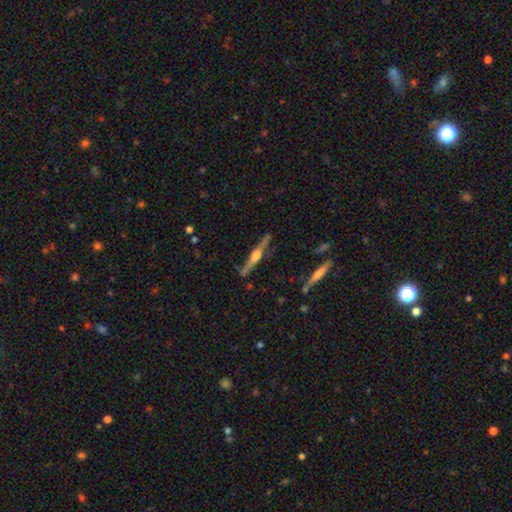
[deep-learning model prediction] Morphology: type=featured or disk (80%); edge-on=yes (98%); edge-on bulge=rounded (91%); merging=none (86%).